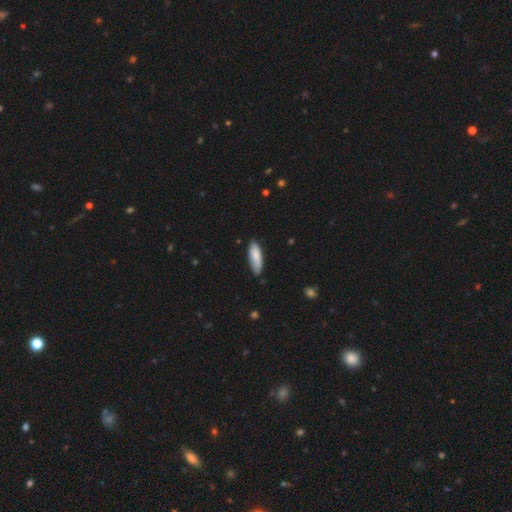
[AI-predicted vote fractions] Morphology: type=smooth (83%); roundness=in between (56%); merging=none (74%).